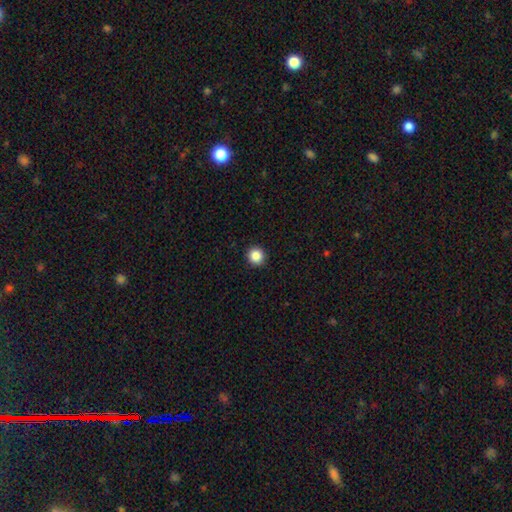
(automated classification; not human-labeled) Morphology: type=smooth (86%); roundness=round (95%); merging=none (93%).